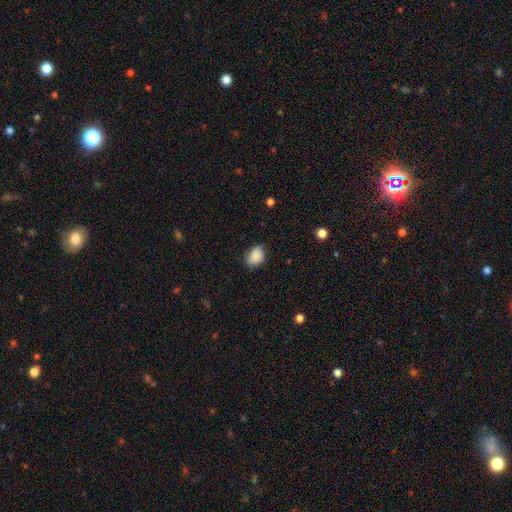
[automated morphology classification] Overall: smooth (86%). How rounded: in between (57%; round 42%). Merging: none (66%; minor disturbance 27%).